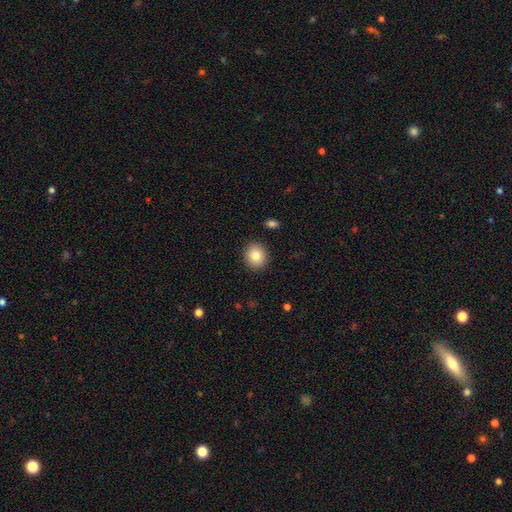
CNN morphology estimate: Smooth or featured? smooth (82%)
How rounded? round (77%)
Merging? none (90%)